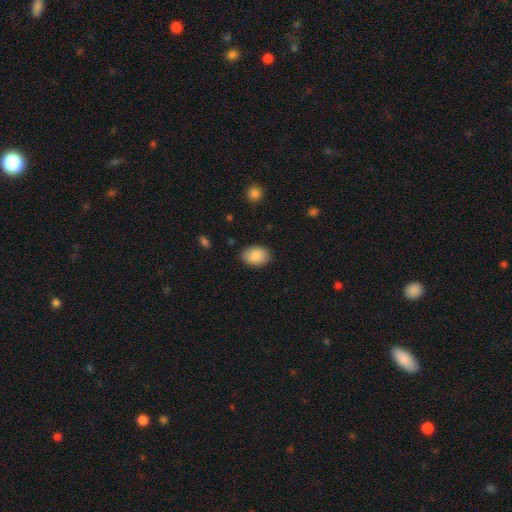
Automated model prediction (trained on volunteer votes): Smooth or featured? Predicted: smooth (p=0.87). How rounded? Predicted: in between (p=0.78). Merging? Predicted: none (p=0.88).